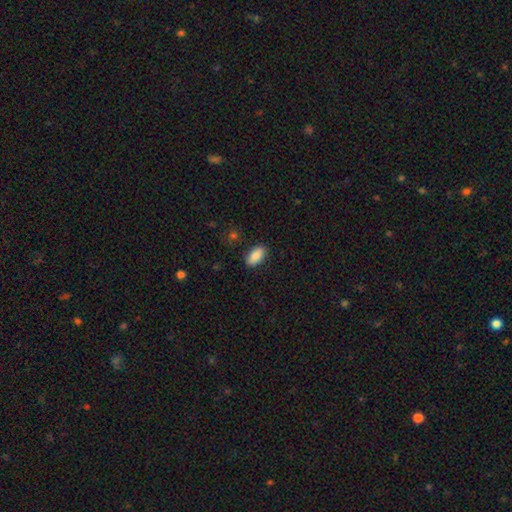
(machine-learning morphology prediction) Smooth or featured?
  - smooth: 86% *
  - featured or disk: 7%
  - star or artifact: 7%
How rounded?
  - in between: 92% *
  - cigar-shaped: 6%
  - round: 3%
Merging?
  - none: 88% *
  - minor disturbance: 9%
  - major disturbance: 2%
  - merger: 1%